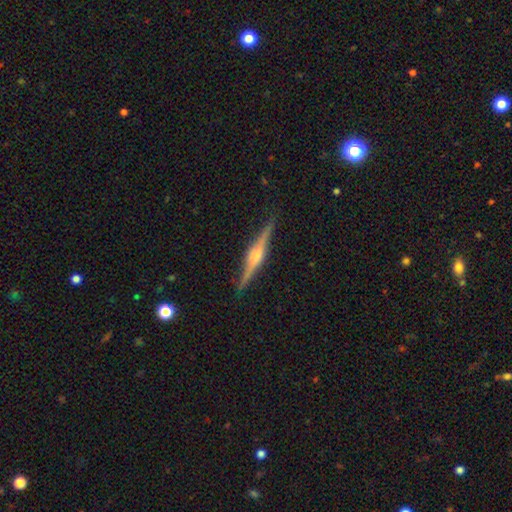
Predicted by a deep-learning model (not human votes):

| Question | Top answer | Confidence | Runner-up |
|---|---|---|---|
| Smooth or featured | featured or disk | 80% | smooth (13%) |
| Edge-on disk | yes | 98% | no (2%) |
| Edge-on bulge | rounded | 76% | boxy (18%) |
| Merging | none | 89% | minor disturbance (8%) |